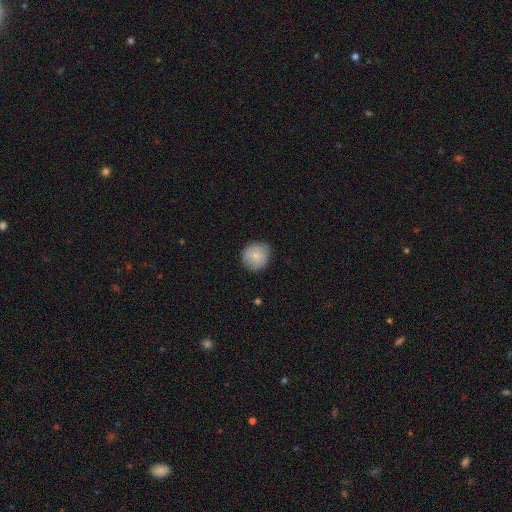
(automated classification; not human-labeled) The model was most divided on "merging": none: 82%, minor disturbance: 14%, major disturbance: 3%, merger: 1%. More confident: how rounded — round (89%); smooth or featured — smooth (81%).